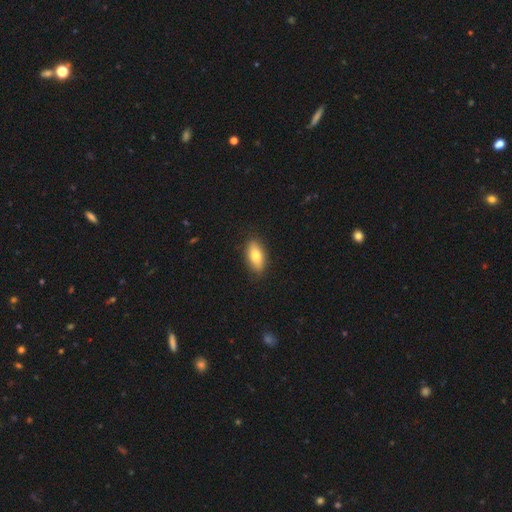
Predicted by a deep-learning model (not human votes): Q: Smooth or featured?
A: smooth (76%); runner-up: featured or disk (17%)
Q: How rounded?
A: in between (86%); runner-up: cigar-shaped (10%)
Q: Merging?
A: none (87%); runner-up: minor disturbance (10%)